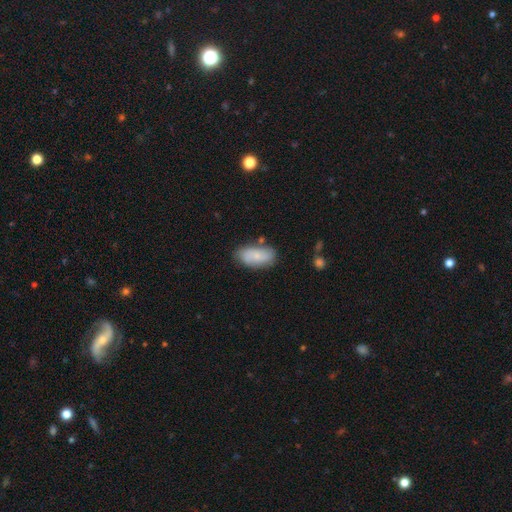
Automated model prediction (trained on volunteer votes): Q: Smooth or featured?
A: smooth (66%); runner-up: featured or disk (27%)
Q: How rounded?
A: in between (90%); runner-up: cigar-shaped (7%)
Q: Merging?
A: none (71%); runner-up: minor disturbance (20%)